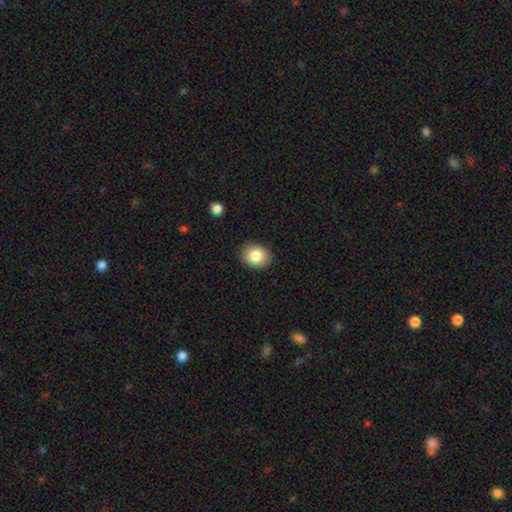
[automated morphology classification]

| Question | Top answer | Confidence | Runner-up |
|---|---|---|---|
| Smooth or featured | smooth | 83% | star or artifact (9%) |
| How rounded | round | 57% | in between (42%) |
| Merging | none | 88% | minor disturbance (9%) |